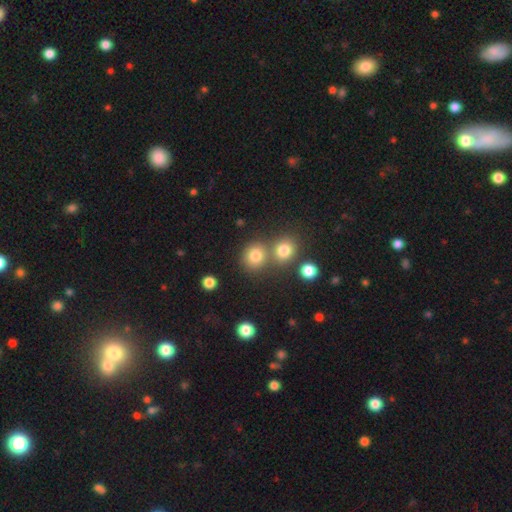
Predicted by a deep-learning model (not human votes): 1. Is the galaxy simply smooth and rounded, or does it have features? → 79% smooth, 14% star or artifact, 7% featured or disk.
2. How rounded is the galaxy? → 85% round, 14% in between, 1% cigar-shaped.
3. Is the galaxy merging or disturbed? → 61% none, 28% merger, 7% minor disturbance, 3% major disturbance.